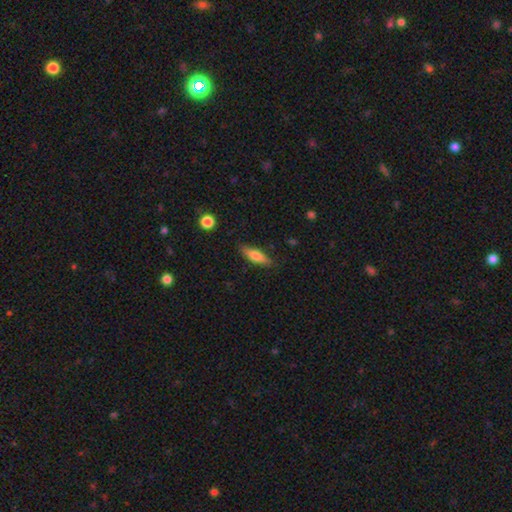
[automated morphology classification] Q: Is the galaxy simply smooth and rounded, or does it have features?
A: smooth — 72%.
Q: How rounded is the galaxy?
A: cigar-shaped — 57%.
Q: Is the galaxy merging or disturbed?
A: none — 83%.